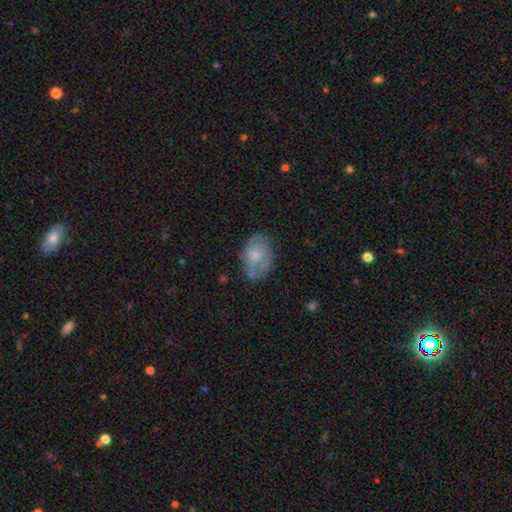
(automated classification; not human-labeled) Morphology: type=smooth (52%); roundness=in between (82%); merging=none (59%).